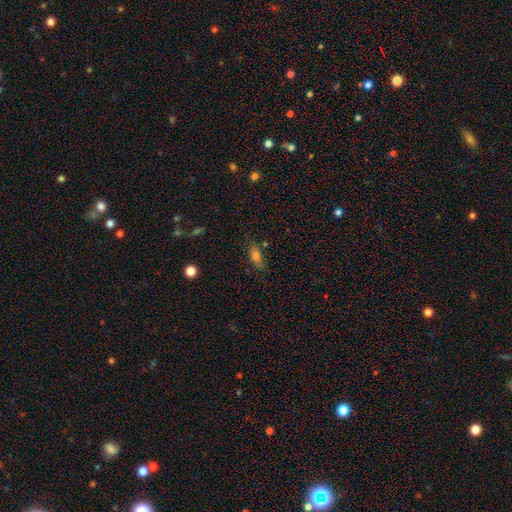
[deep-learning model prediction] This is likely a smooth galaxy (71%). How rounded: likely in between (73%). Merging: likely none (75%).